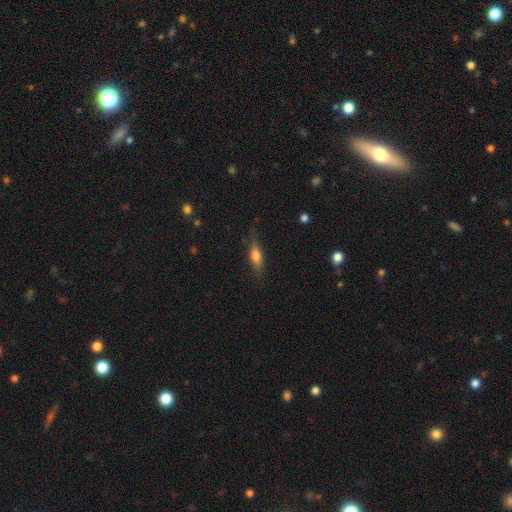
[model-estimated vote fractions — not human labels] This appears to be a smooth galaxy with no disk features (61%) that is cigar-shaped (48%, tied with in between). Merging: none (73%).